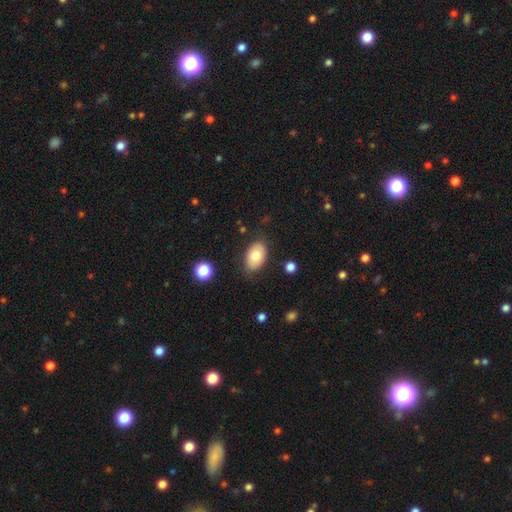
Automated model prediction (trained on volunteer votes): smooth 75%, featured or disk 18%, star or artifact 7%. Down the decision tree: how rounded — in between (88%); merging — none (81%).